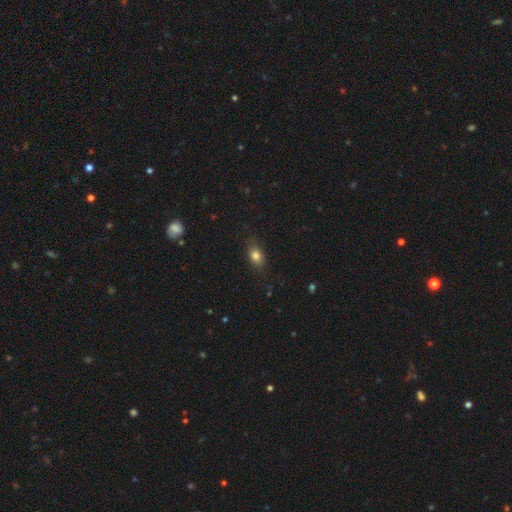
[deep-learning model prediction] The model was most divided on "how rounded": in between: 75%, round: 21%, cigar-shaped: 4%. More confident: smooth or featured — smooth (80%); merging — none (77%).